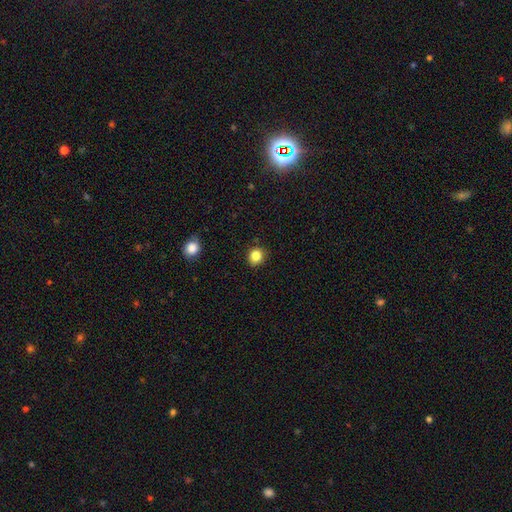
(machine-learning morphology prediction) This appears to be a smooth galaxy with no disk features (84%) that is round (86%). Merging: none (88%).